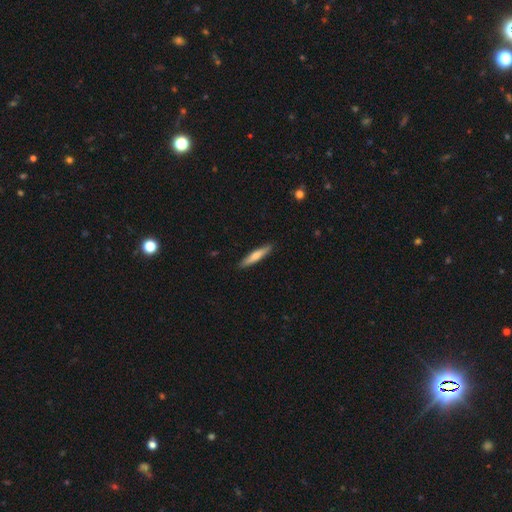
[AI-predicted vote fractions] Smooth or featured? Predicted: smooth (p=0.67). How rounded? Predicted: cigar-shaped (p=0.89). Merging? Predicted: none (p=0.90).